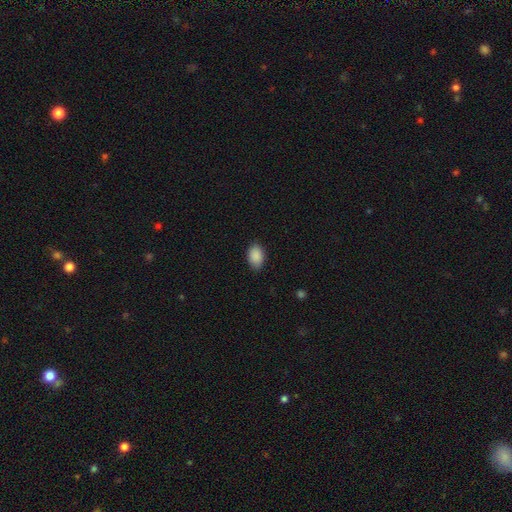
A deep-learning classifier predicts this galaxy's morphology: A smooth galaxy with no disk features (90%) that is in between round and cigar-shaped (88%).

Vote fractions:
- Smooth or featured? smooth: 90% / star or artifact: 7% / featured or disk: 3%
- How rounded? in between: 88% / round: 11% / cigar-shaped: 1%
- Merging? none: 84% / minor disturbance: 12% / major disturbance: 2% / merger: 1%